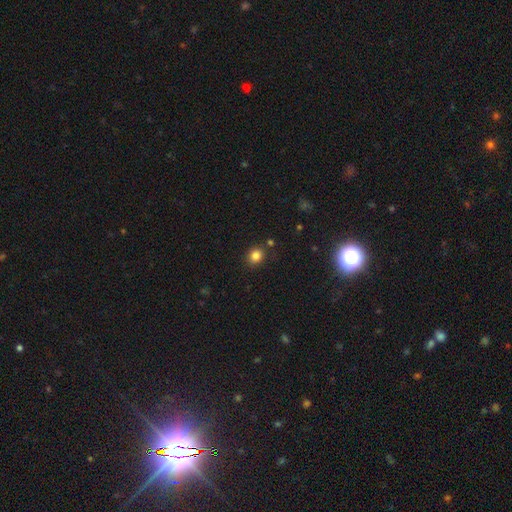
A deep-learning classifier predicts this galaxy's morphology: A smooth galaxy with no disk features (83%) that is round (72%). Merging: none (82%).